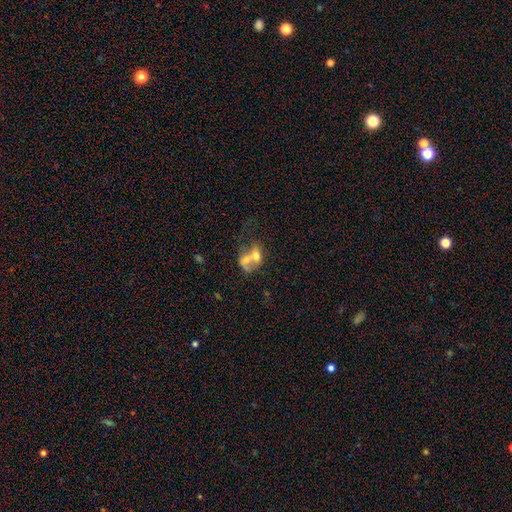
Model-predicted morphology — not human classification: The model was most divided on "how rounded": in between: 59%, round: 40%, cigar-shaped: 2%. More confident: merging — merger (73%); smooth or featured — smooth (57%).